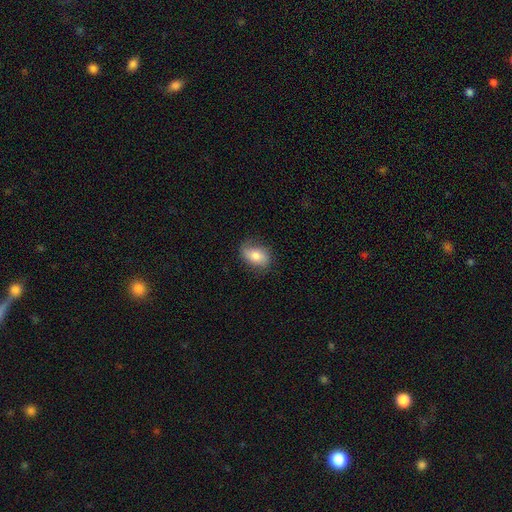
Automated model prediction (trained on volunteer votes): smooth_or_featured: smooth (p=0.69) [alt: featured or disk p=0.23]
how_rounded: in between (p=0.84) [alt: round p=0.14]
merging: none (p=0.70) [alt: minor disturbance p=0.22]